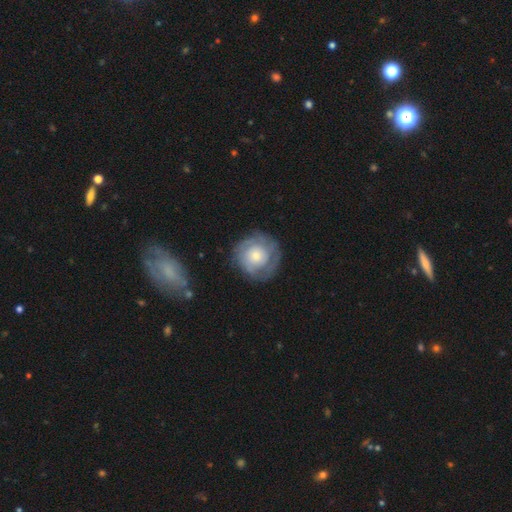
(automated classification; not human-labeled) smooth_or_featured: featured or disk (p=0.51) [alt: smooth p=0.42]
disk_edge_on: no (p=0.97) [alt: yes p=0.03]
merging: none (p=0.75) [alt: minor disturbance p=0.15]